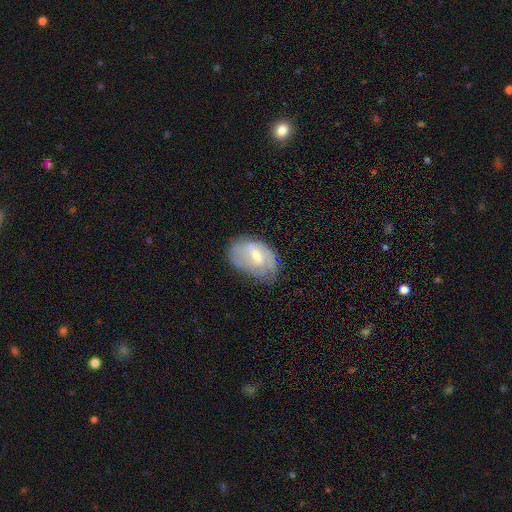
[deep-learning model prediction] Smooth or featured? Predicted: featured or disk (p=0.53). Edge-on disk? Predicted: no (p=0.95). Bar? Predicted: weak (p=0.52). Spiral arms? Predicted: yes (p=0.65). Bulge size? Predicted: moderate (p=0.52). Merging? Predicted: none (p=0.56).